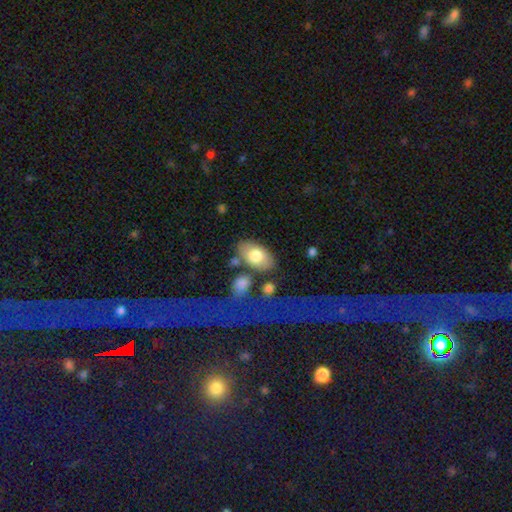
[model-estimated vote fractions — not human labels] Morphology: type=smooth (75%); roundness=in between (92%); merging=none (69%).